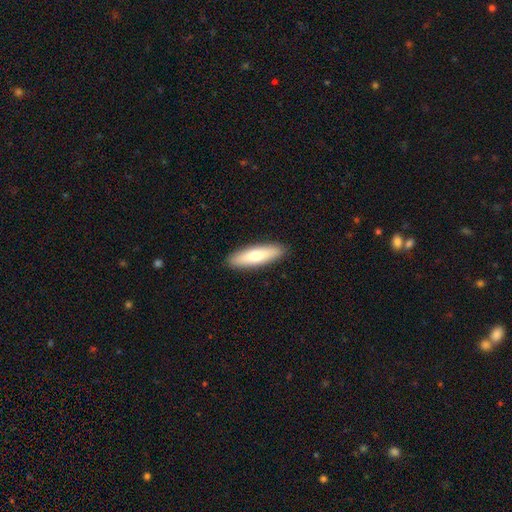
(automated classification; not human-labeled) The model was most divided on "how rounded": cigar-shaped: 62%, in between: 36%, round: 2%. More confident: merging — none (90%); smooth or featured — smooth (72%).